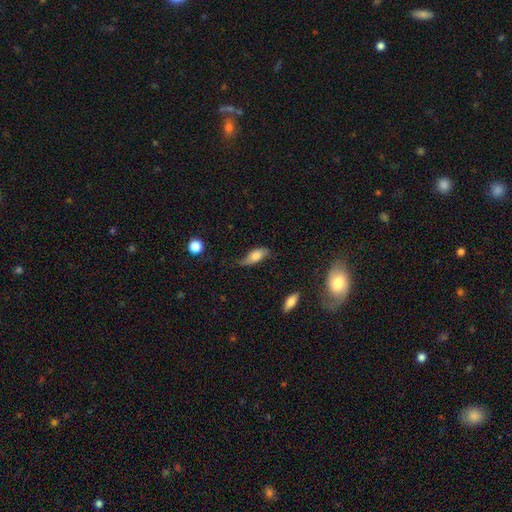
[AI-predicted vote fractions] Smooth or featured?
  - smooth: 63% *
  - featured or disk: 29%
  - star or artifact: 8%
How rounded?
  - in between: 79% *
  - cigar-shaped: 17%
  - round: 4%
Merging?
  - none: 48% *
  - minor disturbance: 37%
  - major disturbance: 13%
  - merger: 2%